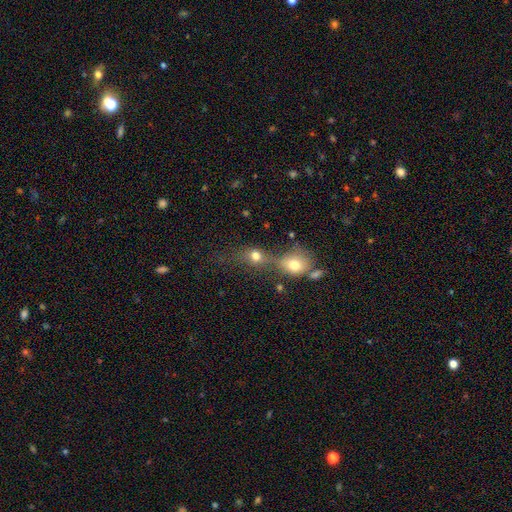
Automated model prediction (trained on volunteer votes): Smooth or featured: smooth — 72% (star or artifact — 14%)
How rounded: round — 65% (in between — 32%)
Merging: merger — 50% (none — 31%)